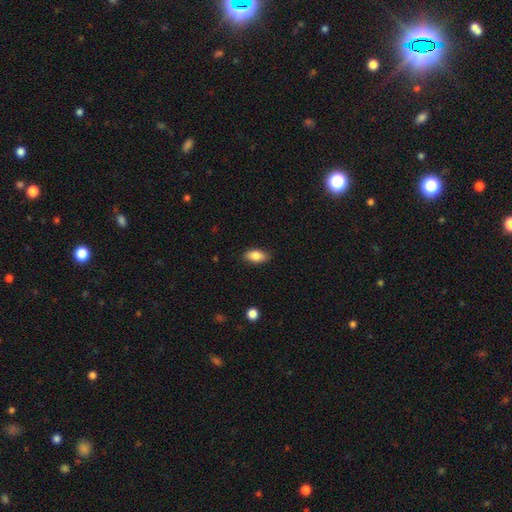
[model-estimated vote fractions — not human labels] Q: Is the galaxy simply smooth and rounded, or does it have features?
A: smooth — 83%.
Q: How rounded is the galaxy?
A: in between — 90%.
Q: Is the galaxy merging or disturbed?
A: none — 87%.